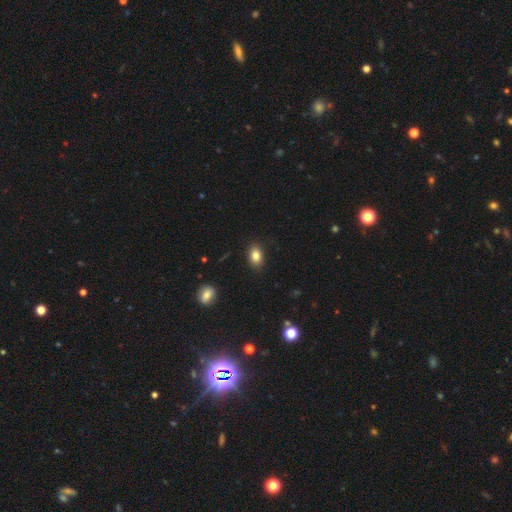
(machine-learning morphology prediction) Smooth or featured? Predicted: smooth (p=0.84). How rounded? Predicted: in between (p=0.79). Merging? Predicted: none (p=0.88).